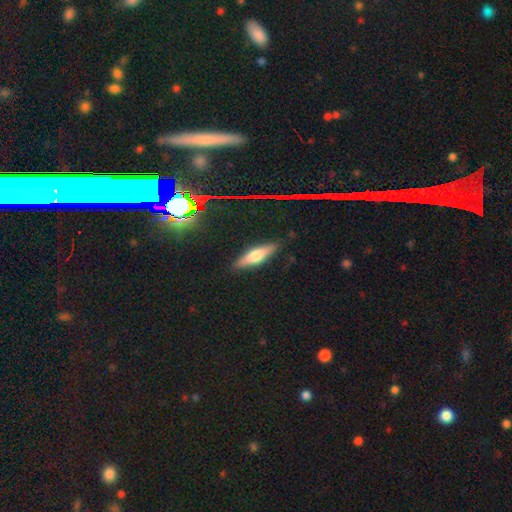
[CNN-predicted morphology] Q: Smooth or featured?
A: smooth (53%); runner-up: featured or disk (39%)
Q: How rounded?
A: cigar-shaped (63%); runner-up: in between (35%)
Q: Merging?
A: none (86%); runner-up: minor disturbance (10%)